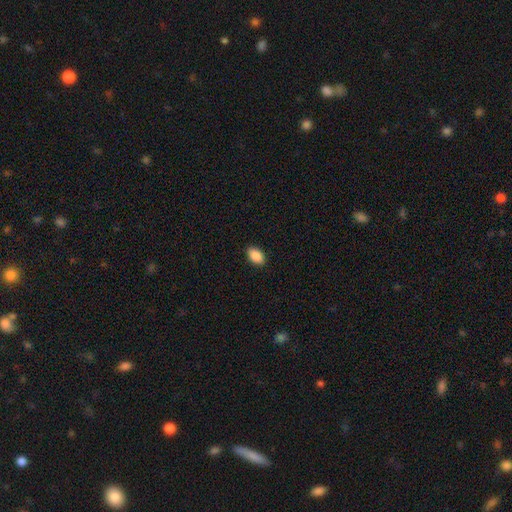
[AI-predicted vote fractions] Smooth or featured? smooth (89%)
How rounded? in between (91%)
Merging? none (89%)